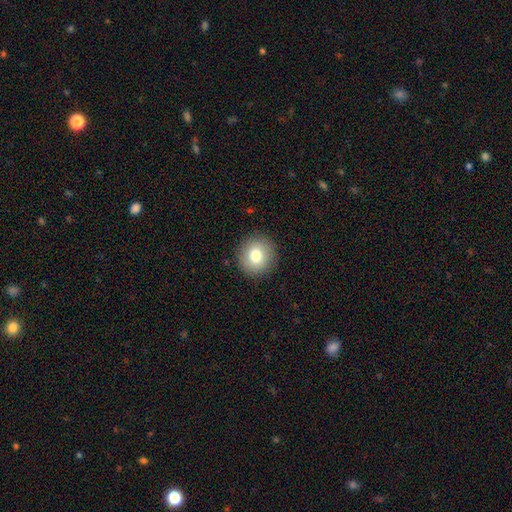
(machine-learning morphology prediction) A smooth galaxy with no disk features (78%) that is round (91%).

Vote fractions:
- Smooth or featured? smooth: 78% / featured or disk: 12% / star or artifact: 10%
- How rounded? round: 91% / in between: 8% / cigar-shaped: 1%
- Merging? none: 91% / minor disturbance: 6% / major disturbance: 2% / merger: 1%